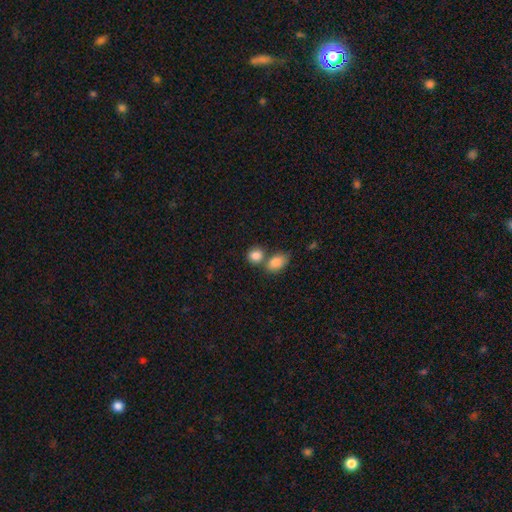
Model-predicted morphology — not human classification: The model was most divided on "merging": none: 48%, merger: 40%, minor disturbance: 9%, major disturbance: 3%. More confident: smooth or featured — smooth (86%); how rounded — round (58%).